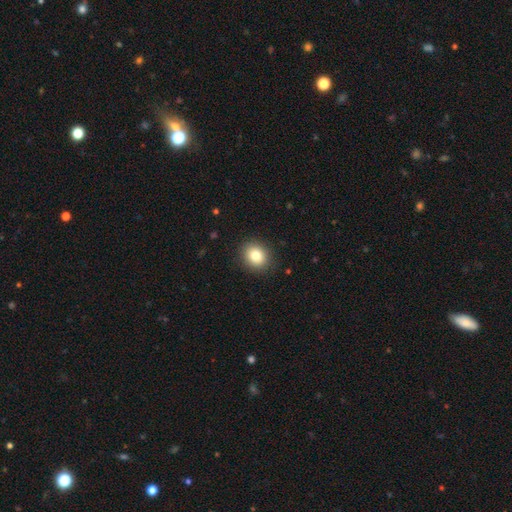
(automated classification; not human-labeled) smooth-or-featured: smooth: 82% | star or artifact: 10% | featured or disk: 8%
  how-rounded: round: 73% | in between: 26% | cigar-shaped: 1%
  merging: none: 90% | minor disturbance: 7% | major disturbance: 2% | merger: 1%